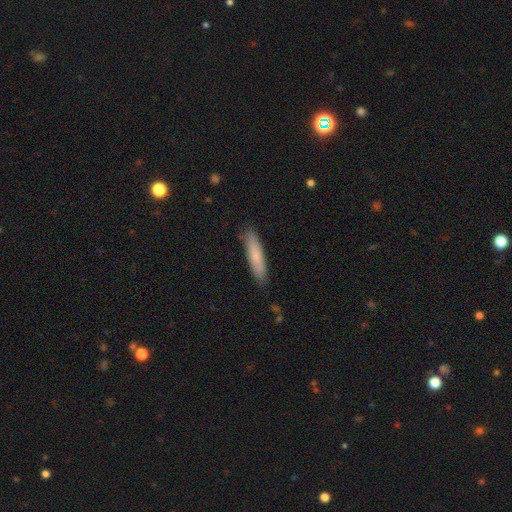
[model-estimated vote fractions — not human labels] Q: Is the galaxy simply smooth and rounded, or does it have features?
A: smooth — 76%.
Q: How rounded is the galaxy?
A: cigar-shaped — 85%.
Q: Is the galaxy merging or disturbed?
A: none — 87%.